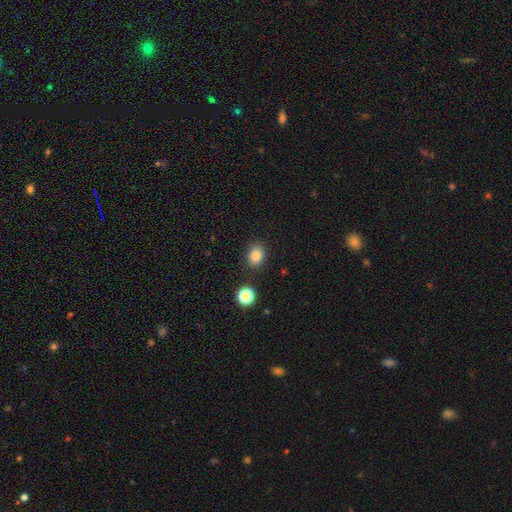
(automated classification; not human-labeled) Morphology: type=smooth (83%); roundness=in between (56%); merging=none (84%).